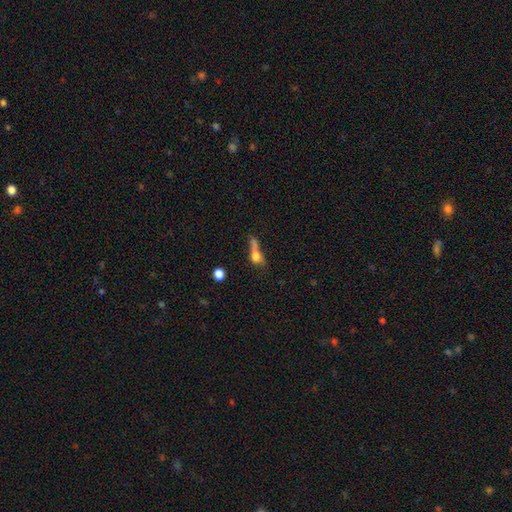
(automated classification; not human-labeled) This appears to be a smooth galaxy with no disk features (64%) that is in between round and cigar-shaped (43%). Merging: merger (40%).